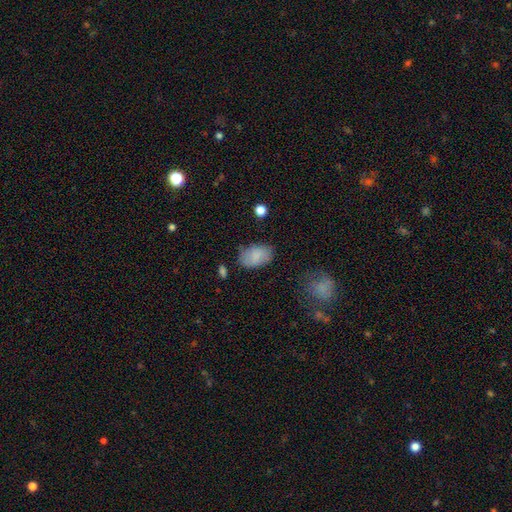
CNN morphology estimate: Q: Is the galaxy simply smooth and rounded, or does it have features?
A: smooth — 82%.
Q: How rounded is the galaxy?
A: in between — 91%.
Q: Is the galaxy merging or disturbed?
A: none — 72%.